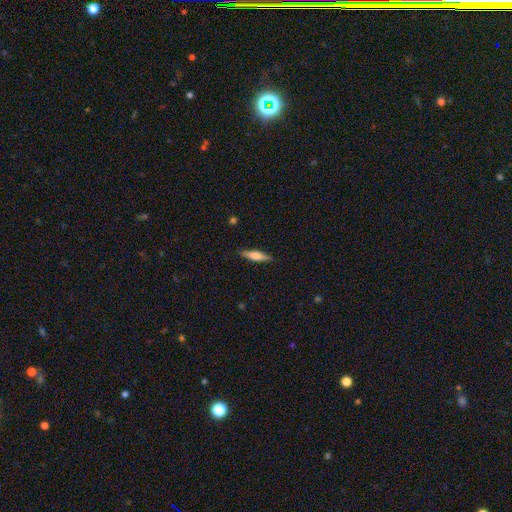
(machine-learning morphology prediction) Q: Smooth or featured?
A: smooth (62%); runner-up: featured or disk (32%)
Q: How rounded?
A: cigar-shaped (69%); runner-up: in between (29%)
Q: Merging?
A: none (86%); runner-up: minor disturbance (10%)